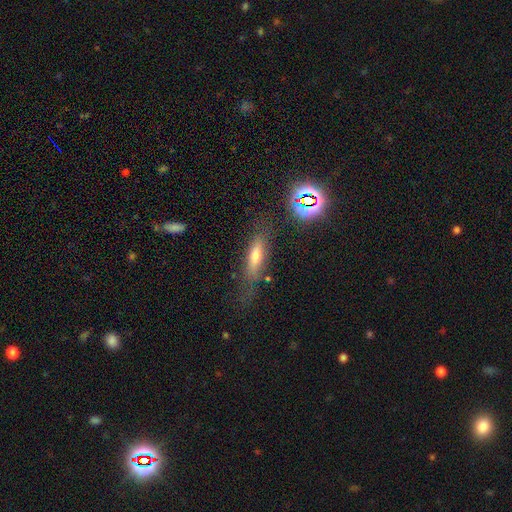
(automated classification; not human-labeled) smooth_or_featured: smooth (p=0.53) [alt: featured or disk p=0.33]
how_rounded: cigar-shaped (p=0.64) [alt: in between p=0.32]
merging: none (p=0.67) [alt: minor disturbance p=0.20]